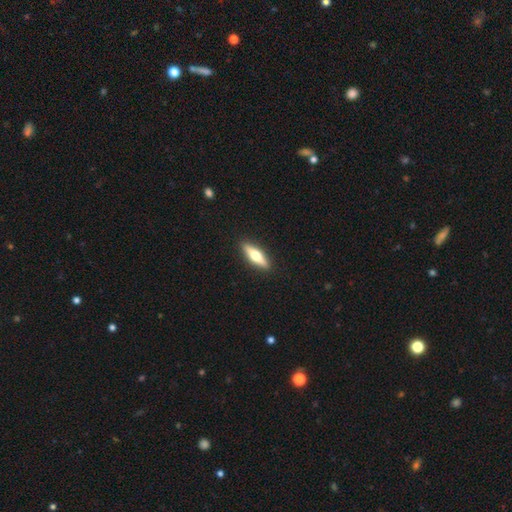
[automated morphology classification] smooth-or-featured: featured or disk: 50% | smooth: 45% | star or artifact: 5%
  merging: none: 91% | minor disturbance: 6% | major disturbance: 1% | merger: 1%